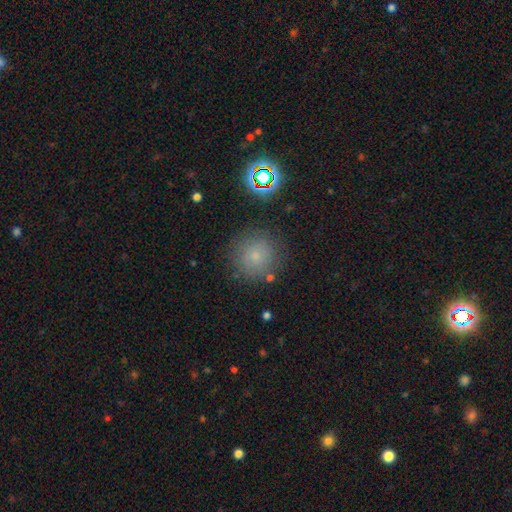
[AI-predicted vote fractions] Smooth or featured?
  - smooth: 71% *
  - star or artifact: 19%
  - featured or disk: 10%
How rounded?
  - round: 95% *
  - in between: 4%
  - cigar-shaped: 1%
Merging?
  - none: 83% *
  - minor disturbance: 10%
  - major disturbance: 4%
  - merger: 3%